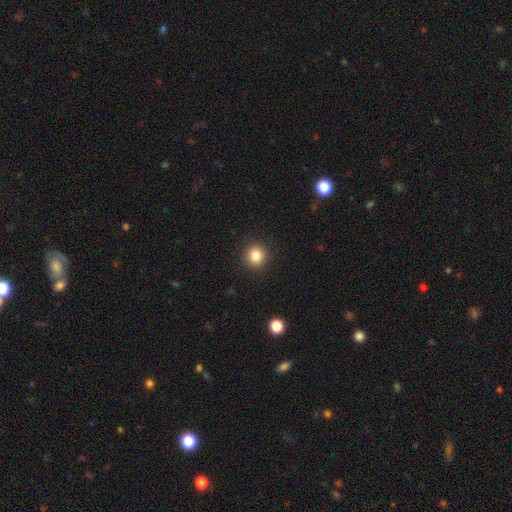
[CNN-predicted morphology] This appears to be a smooth galaxy with no disk features (84%) that is round (93%). Merging: none (92%).